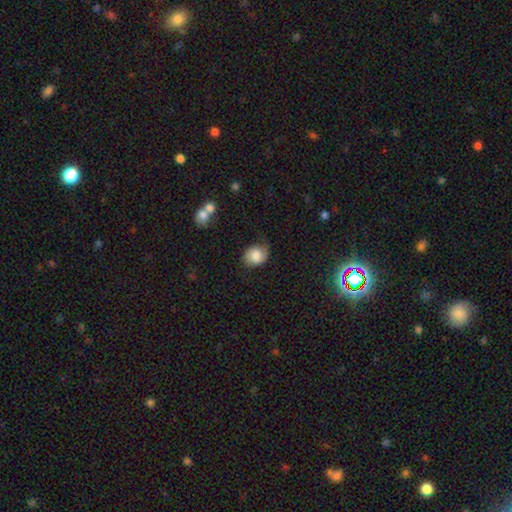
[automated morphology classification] This is likely a smooth galaxy (63%). How rounded: possibly in between (50%). Merging: possibly none (59%).